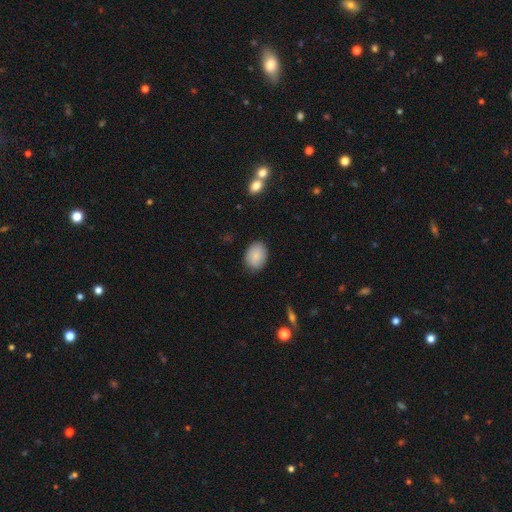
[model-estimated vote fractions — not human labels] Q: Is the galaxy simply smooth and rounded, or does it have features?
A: smooth — 86%.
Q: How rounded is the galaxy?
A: in between — 75%.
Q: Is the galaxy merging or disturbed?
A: none — 85%.